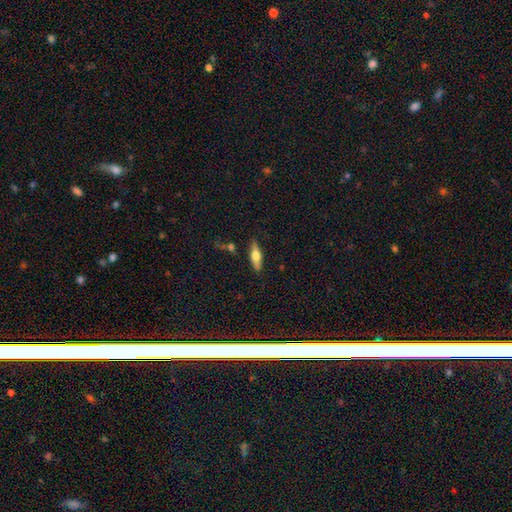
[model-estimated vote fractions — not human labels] Smooth or featured? Predicted: smooth (p=0.49). Merging? Predicted: none (p=0.84).